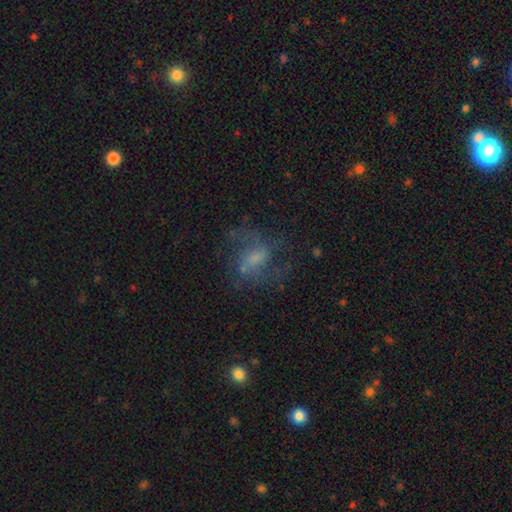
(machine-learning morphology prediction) Smooth or featured? Predicted: featured or disk (p=0.60). Edge-on disk? Predicted: no (p=0.97). Bar? Predicted: weak (p=0.47). Spiral arms? Predicted: yes (p=0.76). Bulge size? Predicted: moderate (p=0.31). Merging? Predicted: none (p=0.53).